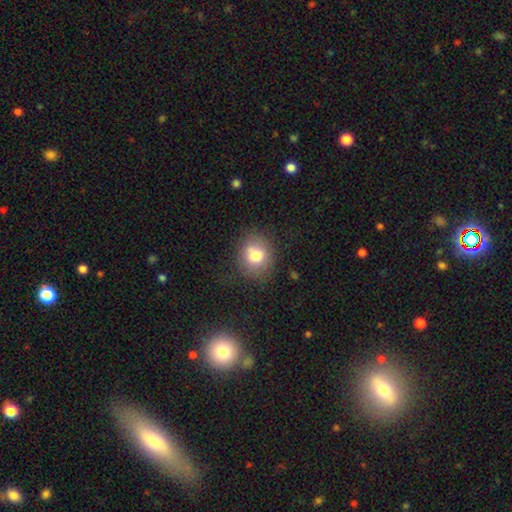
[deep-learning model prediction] Smooth or featured: smooth — 73% (featured or disk — 15%)
How rounded: round — 70% (in between — 29%)
Merging: none — 69% (minor disturbance — 18%)